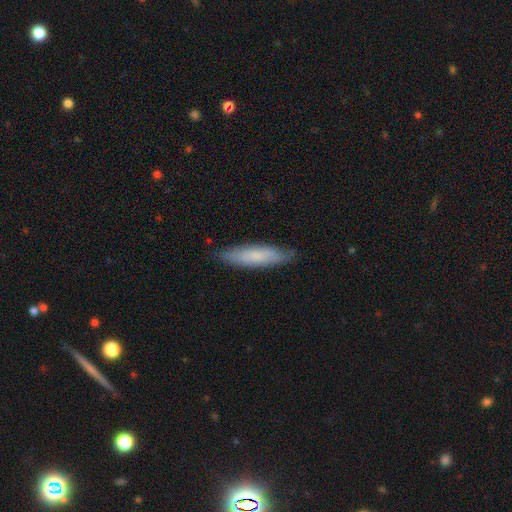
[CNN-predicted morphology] This appears to be a smooth galaxy with no disk features (72%) that is cigar-shaped (75%). Merging: none (85%).